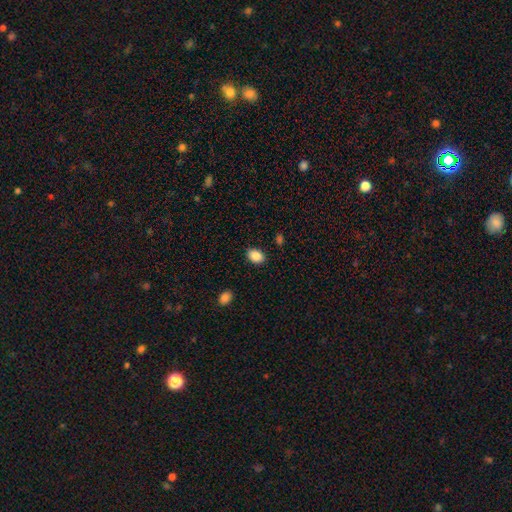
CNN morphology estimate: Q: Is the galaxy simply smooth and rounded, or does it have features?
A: smooth — 88%.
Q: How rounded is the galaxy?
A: in between — 79%.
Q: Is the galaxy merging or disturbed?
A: none — 87%.